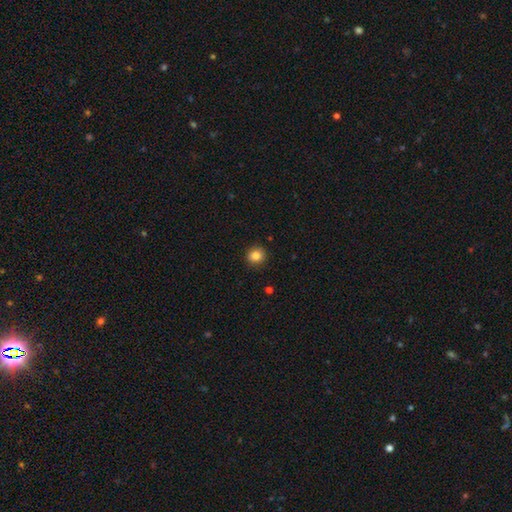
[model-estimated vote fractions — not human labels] Q: Smooth or featured?
A: smooth (85%); runner-up: star or artifact (10%)
Q: How rounded?
A: round (87%); runner-up: in between (12%)
Q: Merging?
A: none (91%); runner-up: minor disturbance (6%)